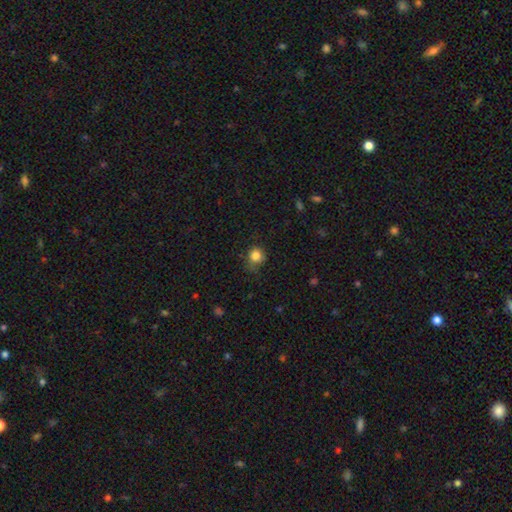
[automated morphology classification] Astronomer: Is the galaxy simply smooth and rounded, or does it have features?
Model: smooth — 83%.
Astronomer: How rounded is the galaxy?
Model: round — 80%.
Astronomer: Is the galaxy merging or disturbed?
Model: none — 65%.